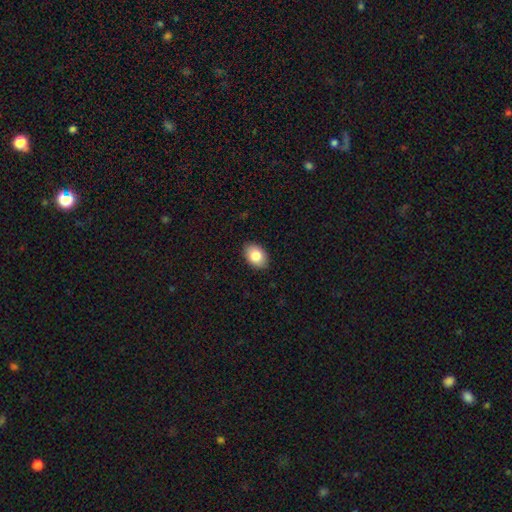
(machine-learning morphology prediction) A smooth galaxy with no disk features (84%) that is in between round and cigar-shaped (85%). Merging: none (89%).